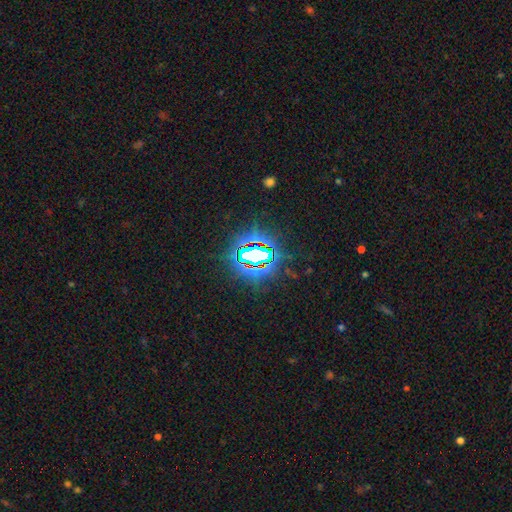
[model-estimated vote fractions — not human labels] Smooth or featured? star or artifact (76%)